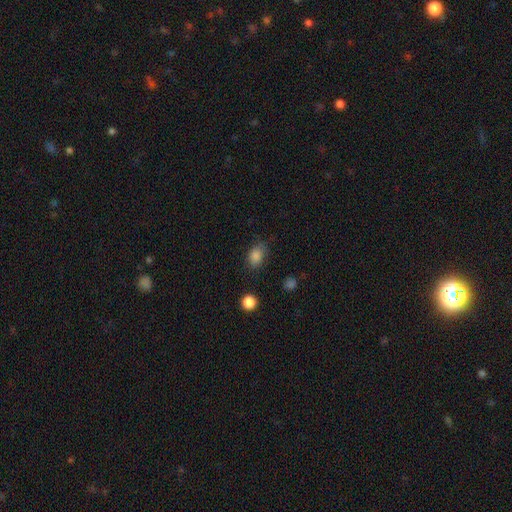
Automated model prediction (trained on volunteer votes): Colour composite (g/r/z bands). It shows a smooth galaxy with no disk features (84%) that is in between round and cigar-shaped (72%). Merging: none (73%).